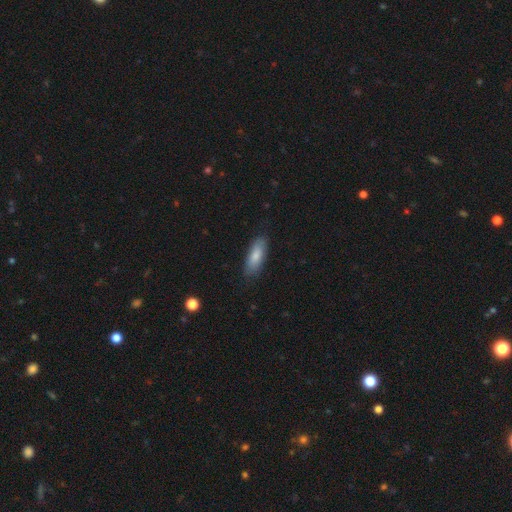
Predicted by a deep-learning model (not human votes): The model was most divided on "how rounded": in between: 64%, cigar-shaped: 34%, round: 2%. More confident: smooth or featured — smooth (82%); merging — none (81%).